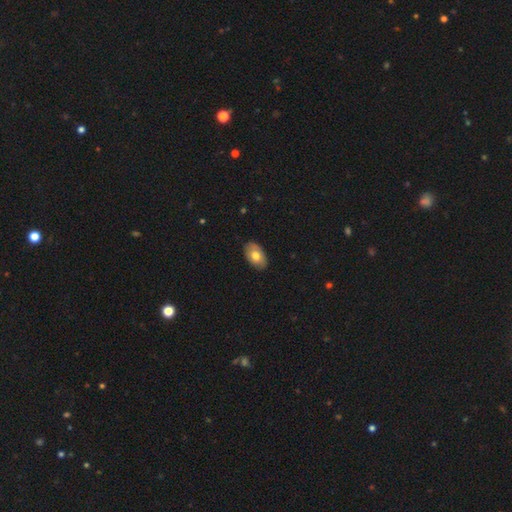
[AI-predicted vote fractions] A smooth galaxy with no disk features (71%) that is in between round and cigar-shaped (93%). Merging: none (87%).